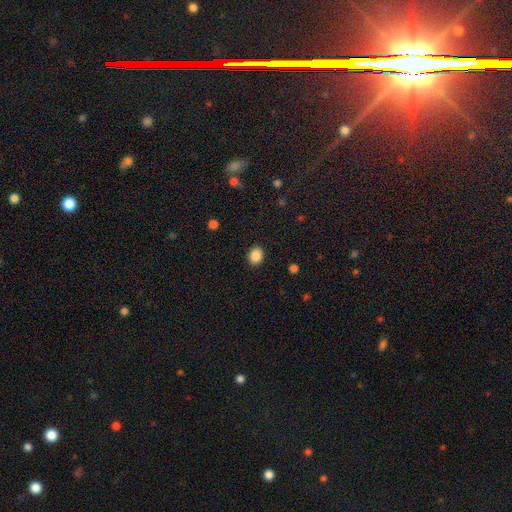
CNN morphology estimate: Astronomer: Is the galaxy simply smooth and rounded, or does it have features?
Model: smooth — 88%.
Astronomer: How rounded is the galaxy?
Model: round — 63%.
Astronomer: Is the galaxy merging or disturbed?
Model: none — 91%.